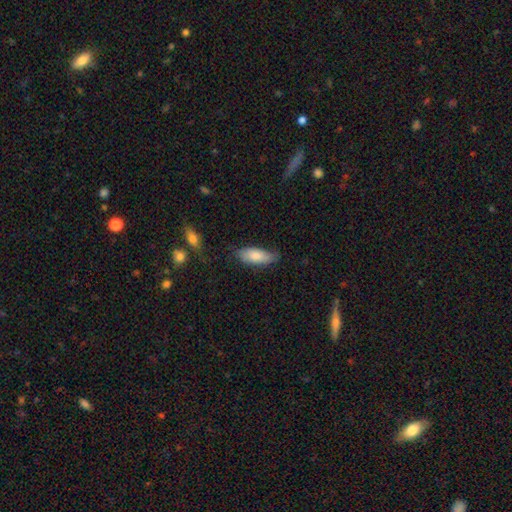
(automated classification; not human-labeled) Smooth or featured? Predicted: smooth (p=0.81). How rounded? Predicted: in between (p=0.76). Merging? Predicted: none (p=0.67).